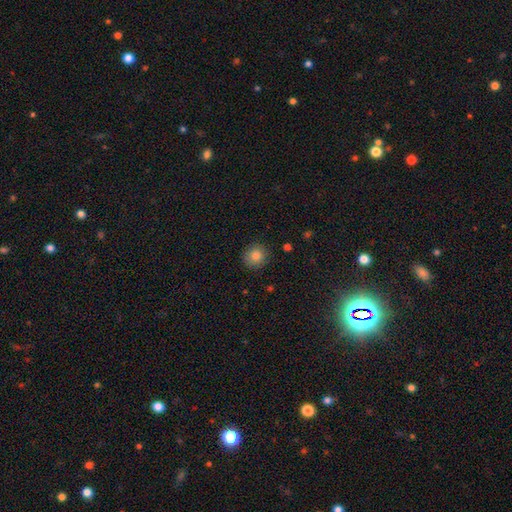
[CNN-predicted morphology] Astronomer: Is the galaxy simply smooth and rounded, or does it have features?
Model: smooth — 83%.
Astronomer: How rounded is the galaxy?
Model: round — 88%.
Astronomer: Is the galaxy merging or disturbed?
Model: none — 88%.